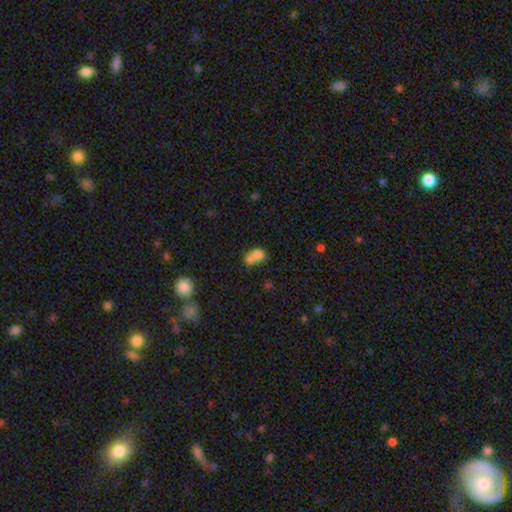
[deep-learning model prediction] A smooth galaxy with no disk features (73%) that is round (53%). Merging: merger (68%).